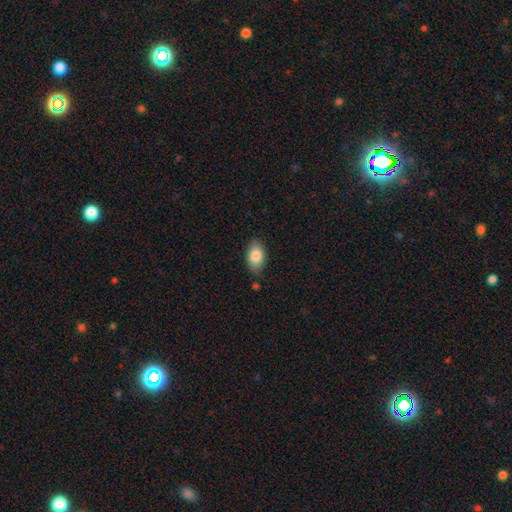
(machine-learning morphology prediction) This is clearly a smooth galaxy (85%). How rounded: clearly in between (91%). Merging: clearly none (81%).